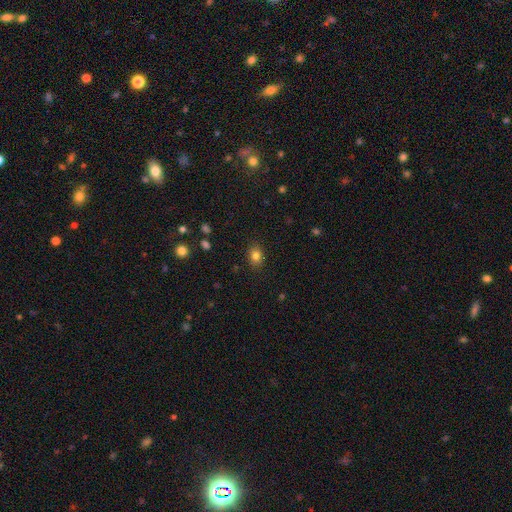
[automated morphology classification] A smooth galaxy with no disk features (82%) that is in between round and cigar-shaped (53%).

Vote fractions:
- Smooth or featured? smooth: 82% / star or artifact: 12% / featured or disk: 6%
- How rounded? in between: 53% / round: 46% / cigar-shaped: 1%
- Merging? none: 87% / minor disturbance: 9% / major disturbance: 3% / merger: 1%